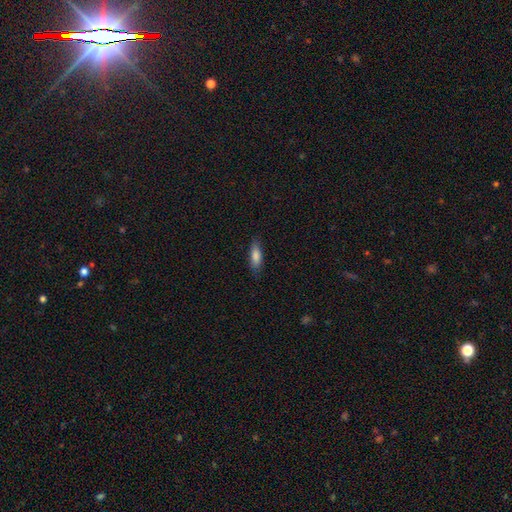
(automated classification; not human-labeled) Smooth or featured? smooth (82%)
How rounded? in between (58%)
Merging? none (82%)